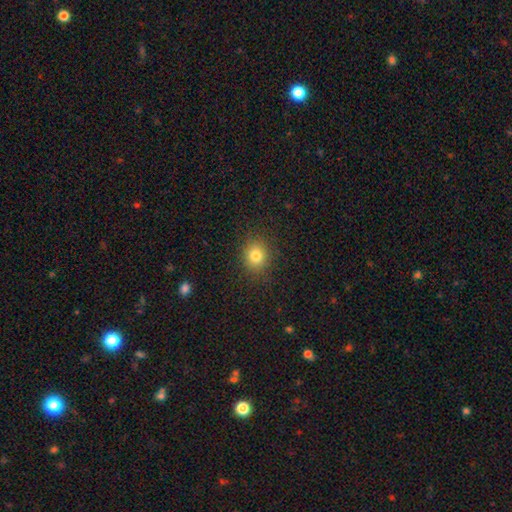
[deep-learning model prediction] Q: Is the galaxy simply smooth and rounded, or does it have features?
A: smooth — 80%.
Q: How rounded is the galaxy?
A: round — 74%.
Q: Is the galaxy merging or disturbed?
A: none — 88%.